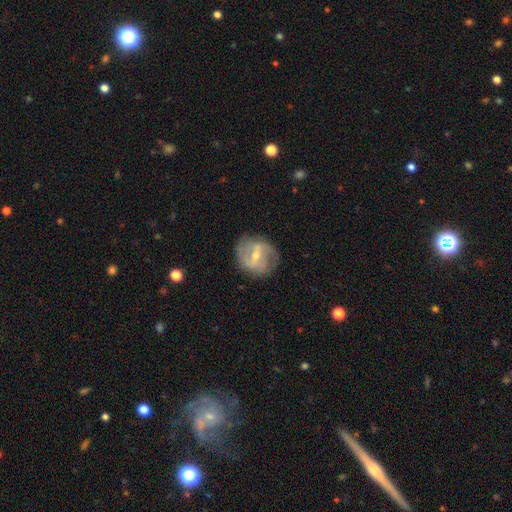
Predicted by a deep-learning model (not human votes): Overall: featured or disk (77%). Edge-on disk: no (96%). Bar: weak (45%; strong 42%). Spiral arms: yes (81%). Spiral arm count: 2 (71%). Spiral winding: medium (44%; tight 29%). Bulge size: small (48%, tied with moderate). Merging: none (74%).